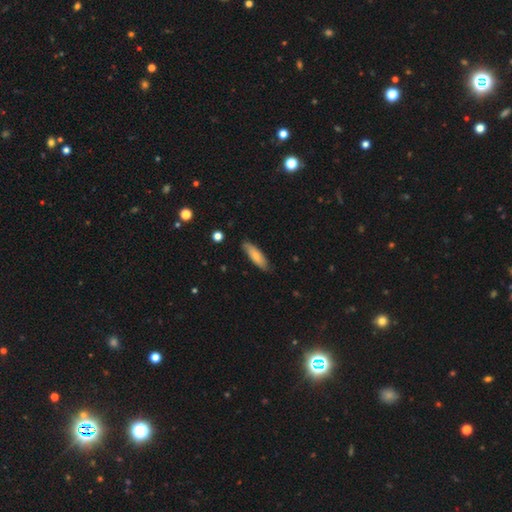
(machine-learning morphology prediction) Smooth or featured? smooth (75%)
How rounded? cigar-shaped (55%)
Merging? none (81%)